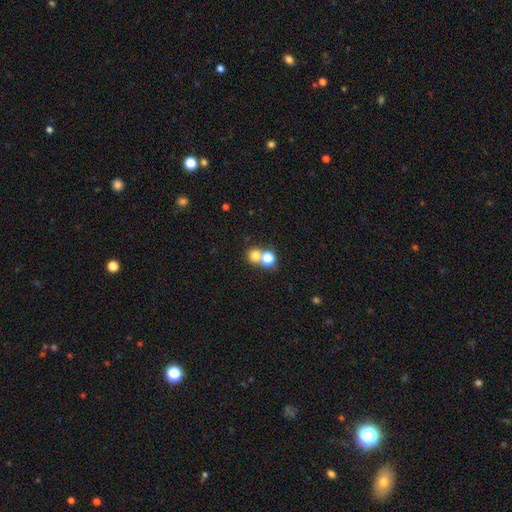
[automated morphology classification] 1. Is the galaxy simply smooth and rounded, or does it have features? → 75% smooth, 17% star or artifact, 9% featured or disk.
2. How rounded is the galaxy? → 87% round, 12% in between, 1% cigar-shaped.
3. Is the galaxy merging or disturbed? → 52% none, 40% merger, 6% minor disturbance, 3% major disturbance.